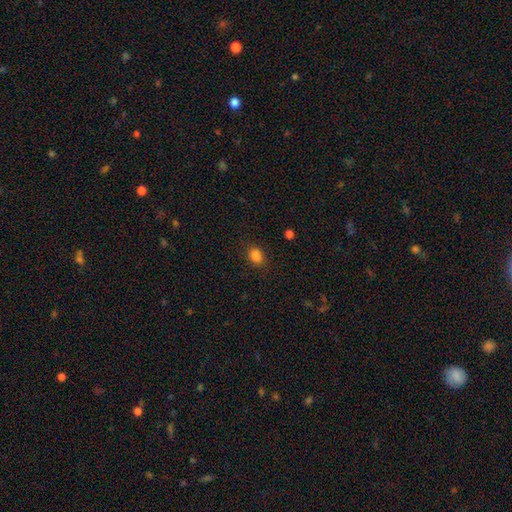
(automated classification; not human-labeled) The model was most divided on "how rounded": in between: 64%, round: 35%, cigar-shaped: 1%. More confident: smooth or featured — smooth (84%); merging — none (84%).